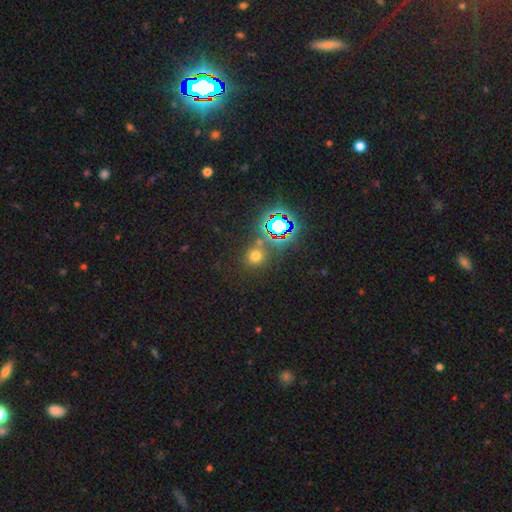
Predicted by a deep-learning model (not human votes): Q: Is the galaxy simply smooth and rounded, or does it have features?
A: smooth — 55%.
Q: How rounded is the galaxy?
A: round — 85%.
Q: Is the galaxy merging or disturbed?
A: none — 77%.